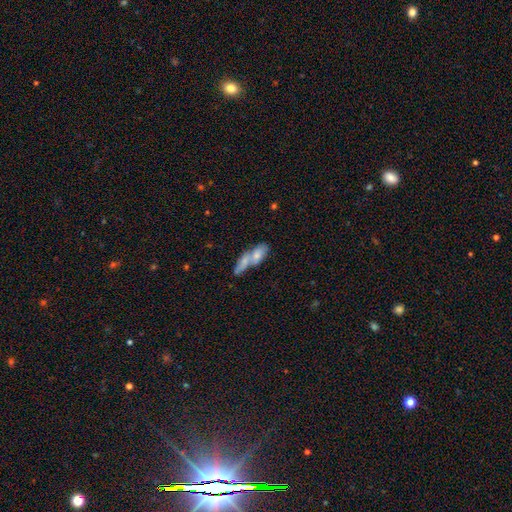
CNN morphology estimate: The model was most divided on "how rounded": in between: 66%, cigar-shaped: 28%, round: 6%. More confident: smooth or featured — smooth (65%); merging — merger (64%).